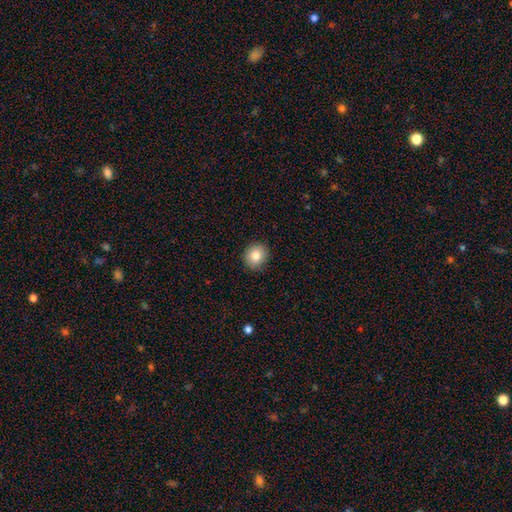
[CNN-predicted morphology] A smooth galaxy with no disk features (83%) that is round (78%).

Vote fractions:
- Smooth or featured? smooth: 83% / star or artifact: 9% / featured or disk: 8%
- How rounded? round: 78% / in between: 21% / cigar-shaped: 1%
- Merging? none: 90% / minor disturbance: 7% / major disturbance: 2% / merger: 1%